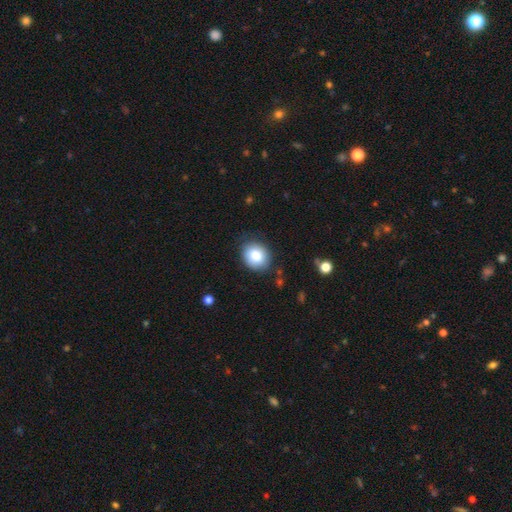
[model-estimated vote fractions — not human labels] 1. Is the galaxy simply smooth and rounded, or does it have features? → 83% smooth, 9% featured or disk, 8% star or artifact.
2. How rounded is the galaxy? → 65% round, 34% in between, 1% cigar-shaped.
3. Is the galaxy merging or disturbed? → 81% none, 14% minor disturbance, 3% major disturbance, 1% merger.